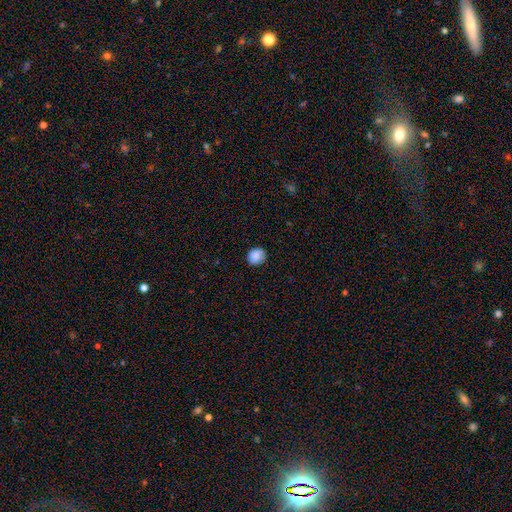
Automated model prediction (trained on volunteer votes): Smooth or featured?
  - smooth: 87% *
  - star or artifact: 8%
  - featured or disk: 5%
How rounded?
  - round: 84% *
  - in between: 15%
  - cigar-shaped: 1%
Merging?
  - none: 85% *
  - minor disturbance: 12%
  - major disturbance: 2%
  - merger: 1%